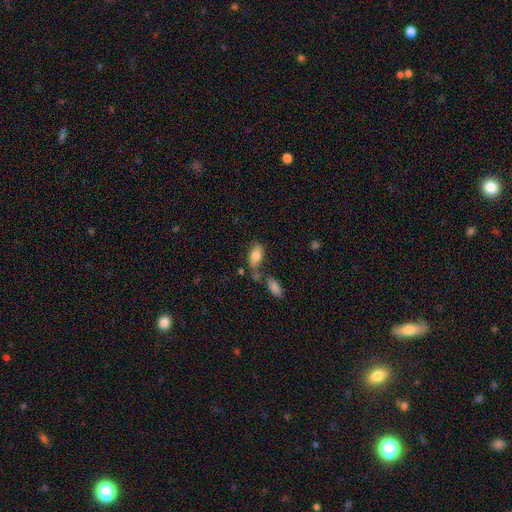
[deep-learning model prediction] Morphology: type=smooth (78%); roundness=in between (88%); merging=none (54%).